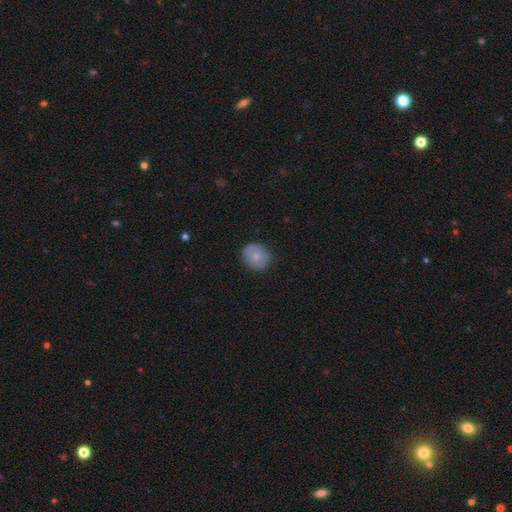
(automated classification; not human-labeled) This is likely a smooth galaxy (75%). How rounded: clearly round (86%). Merging: clearly none (83%).